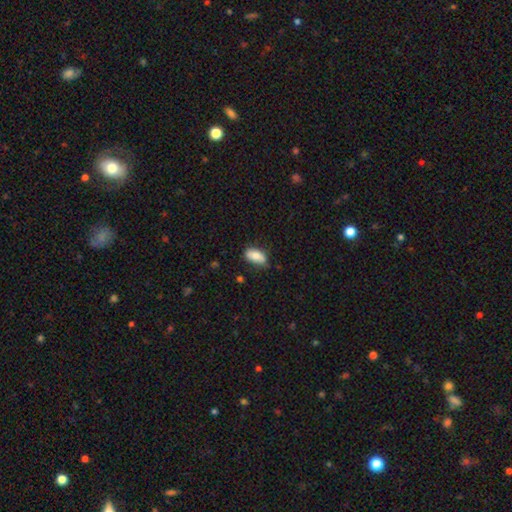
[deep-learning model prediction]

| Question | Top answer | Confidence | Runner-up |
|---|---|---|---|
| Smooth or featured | smooth | 77% | featured or disk (17%) |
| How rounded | in between | 91% | cigar-shaped (5%) |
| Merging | none | 71% | minor disturbance (23%) |